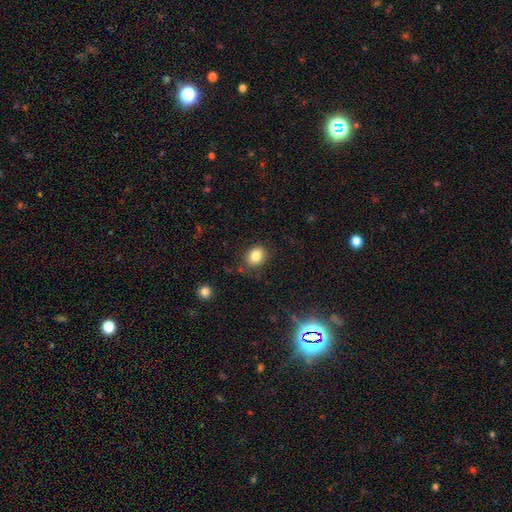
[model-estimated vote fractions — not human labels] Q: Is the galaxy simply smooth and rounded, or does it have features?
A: smooth — 83%.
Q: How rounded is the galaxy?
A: round — 55%.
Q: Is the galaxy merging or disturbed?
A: none — 84%.